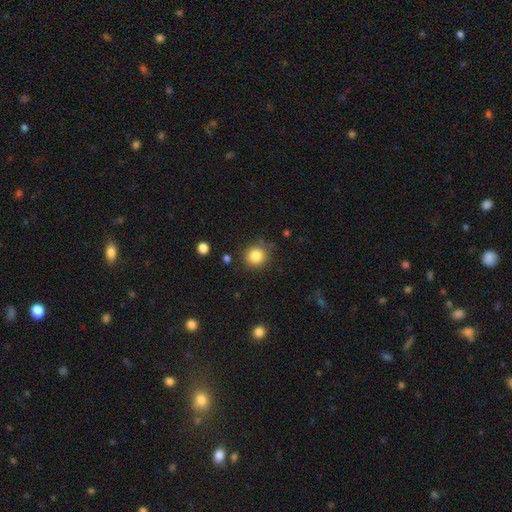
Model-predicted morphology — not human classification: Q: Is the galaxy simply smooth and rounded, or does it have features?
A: smooth — 84%.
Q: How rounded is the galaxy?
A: round — 90%.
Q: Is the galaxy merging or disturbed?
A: none — 83%.